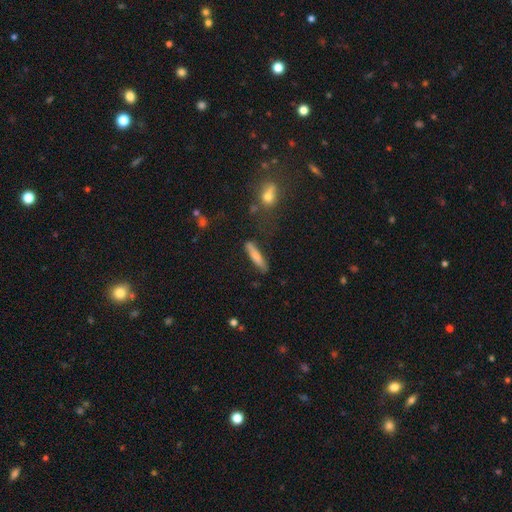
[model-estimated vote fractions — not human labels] Q: Smooth or featured?
A: smooth (73%); runner-up: featured or disk (20%)
Q: How rounded?
A: cigar-shaped (85%); runner-up: in between (13%)
Q: Merging?
A: none (79%); runner-up: minor disturbance (13%)